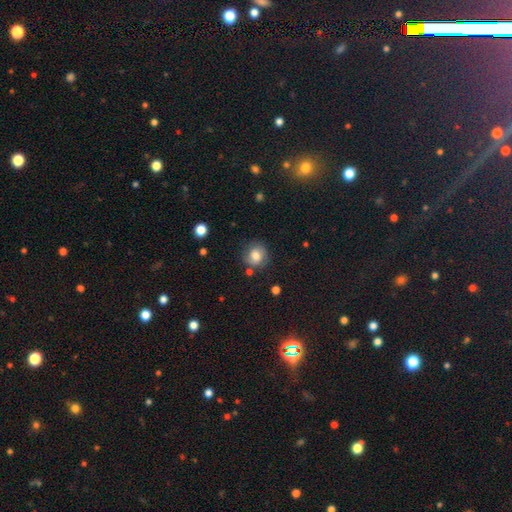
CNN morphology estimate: A smooth galaxy with no disk features (69%) that is round (83%).

Vote fractions:
- Smooth or featured? smooth: 69% / featured or disk: 20% / star or artifact: 11%
- How rounded? round: 83% / in between: 16% / cigar-shaped: 1%
- Merging? none: 76% / minor disturbance: 16% / major disturbance: 5% / merger: 3%